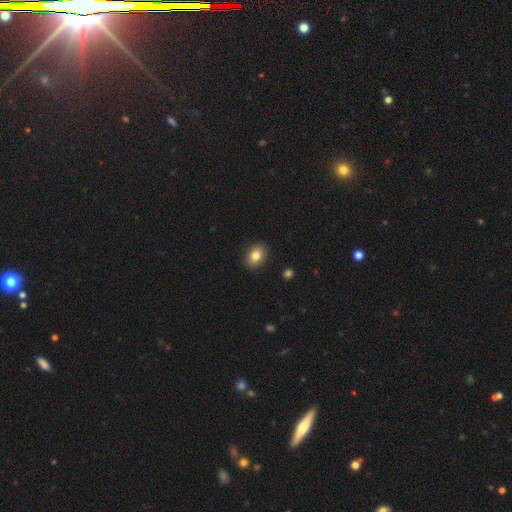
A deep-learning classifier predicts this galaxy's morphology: Smooth or featured? Predicted: smooth (p=0.83). How rounded? Predicted: in between (p=0.61). Merging? Predicted: none (p=0.90).